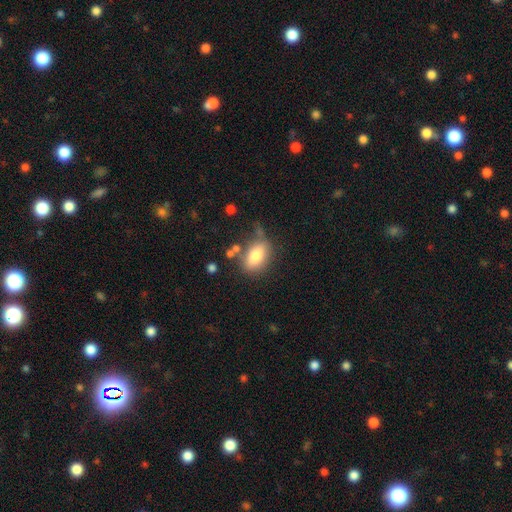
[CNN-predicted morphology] Smooth or featured: smooth — 78% (featured or disk — 14%)
How rounded: in between — 85% (round — 10%)
Merging: none — 66% (minor disturbance — 19%)